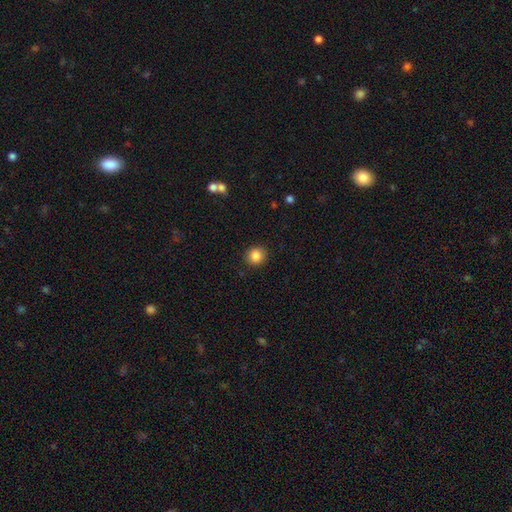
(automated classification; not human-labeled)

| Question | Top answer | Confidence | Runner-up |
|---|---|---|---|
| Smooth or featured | smooth | 85% | star or artifact (10%) |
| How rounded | round | 88% | in between (11%) |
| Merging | none | 90% | minor disturbance (6%) |